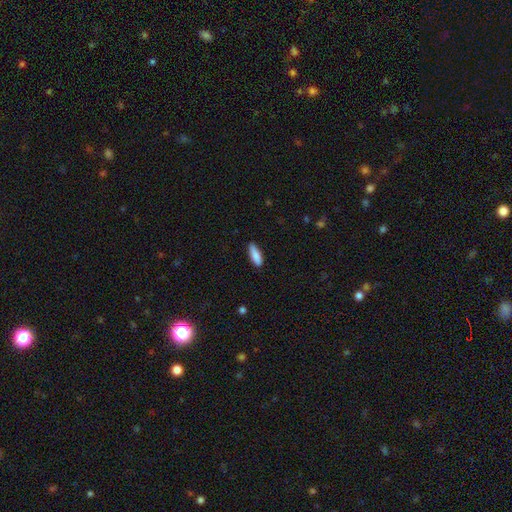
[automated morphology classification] A smooth galaxy with no disk features (87%) that is in between round and cigar-shaped (55%).

Vote fractions:
- Smooth or featured? smooth: 87% / featured or disk: 7% / star or artifact: 6%
- How rounded? in between: 55% / cigar-shaped: 43% / round: 2%
- Merging? none: 83% / minor disturbance: 14% / major disturbance: 2% / merger: 1%